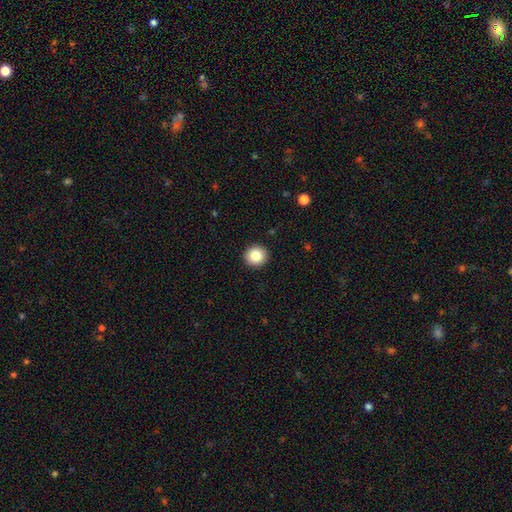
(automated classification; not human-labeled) smooth 83%, star or artifact 10%, featured or disk 7%. Down the decision tree: how rounded — round (94%); merging — none (93%).